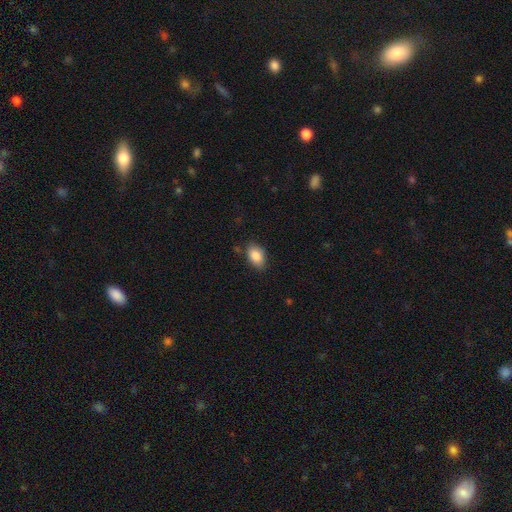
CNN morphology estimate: This is clearly a smooth galaxy (87%). How rounded: clearly in between (89%). Merging: likely none (79%).